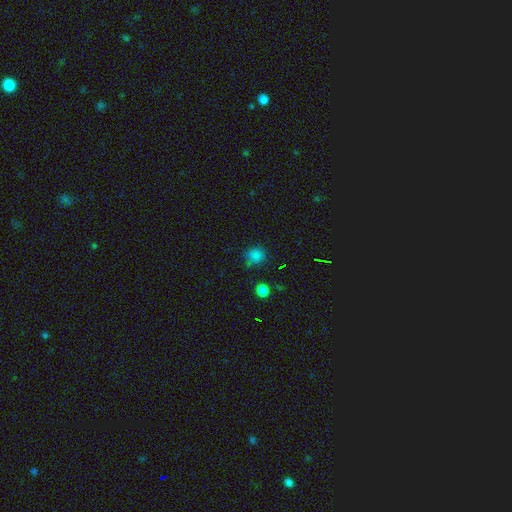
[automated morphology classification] This is likely a smooth galaxy (80%). How rounded: clearly round (80%). Merging: likely none (74%).